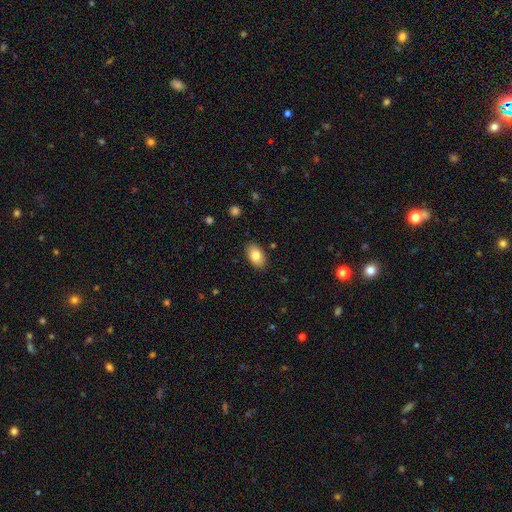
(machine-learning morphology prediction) Smooth or featured? smooth (81%)
How rounded? in between (92%)
Merging? none (88%)